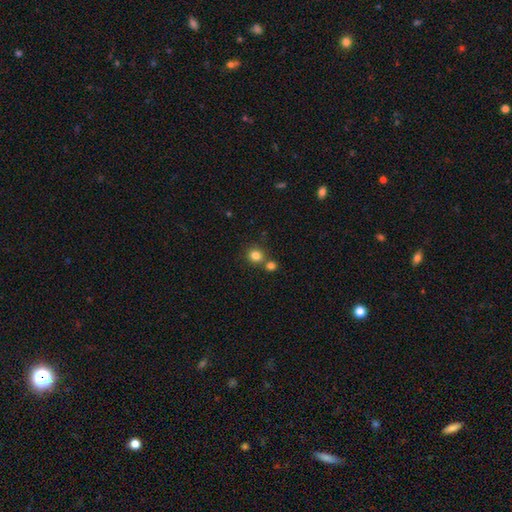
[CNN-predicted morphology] The model was most divided on "merging": none: 62%, merger: 28%, minor disturbance: 7%, major disturbance: 3%. More confident: how rounded — round (87%); smooth or featured — smooth (81%).